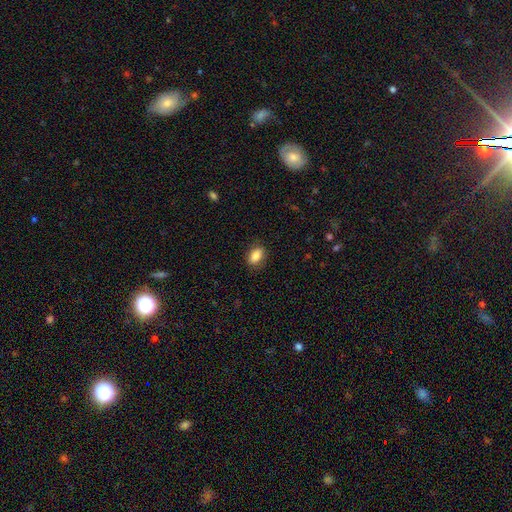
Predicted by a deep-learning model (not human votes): A smooth galaxy with no disk features (86%) that is in between round and cigar-shaped (87%).

Vote fractions:
- Smooth or featured? smooth: 86% / star or artifact: 8% / featured or disk: 6%
- How rounded? in between: 87% / round: 9% / cigar-shaped: 3%
- Merging? none: 85% / minor disturbance: 11% / major disturbance: 3% / merger: 1%